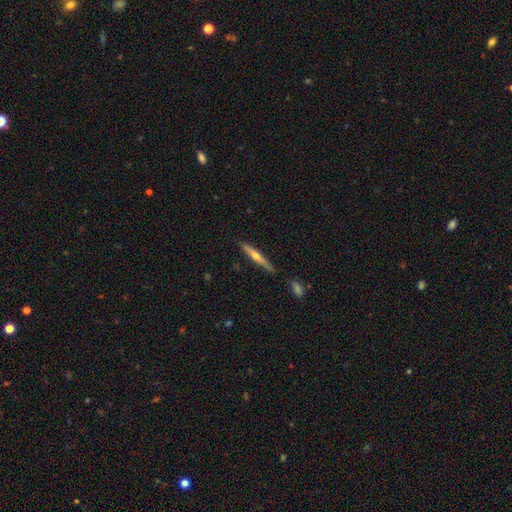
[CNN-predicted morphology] featured or disk 63%, smooth 31%, star or artifact 6%. Down the decision tree: edge-on disk — yes (97%); edge-on bulge — rounded (88%); merging — none (86%).